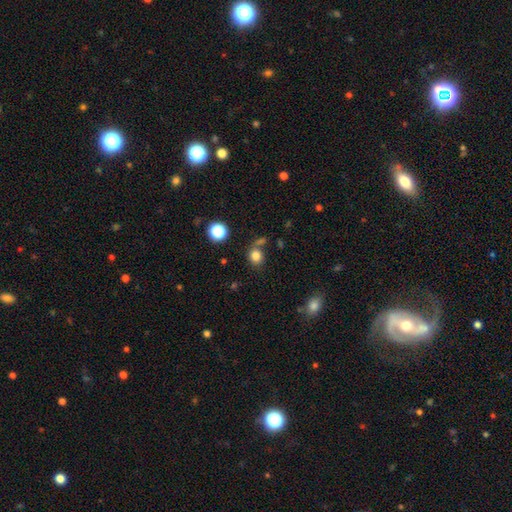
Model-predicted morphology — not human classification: A smooth galaxy with no disk features (81%) that is round (77%). Merging: none (68%).